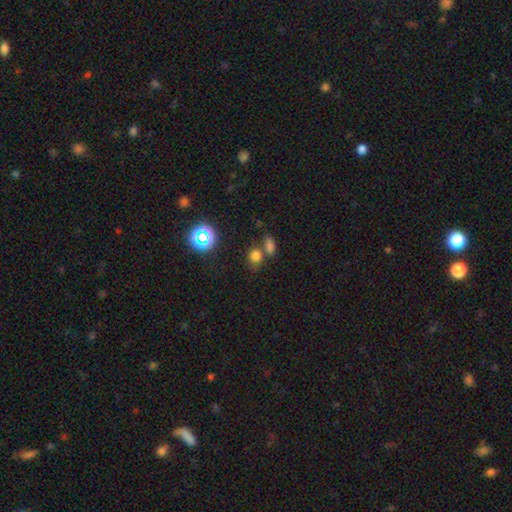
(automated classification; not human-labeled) smooth-or-featured: smooth: 73% | star or artifact: 20% | featured or disk: 7%
  how-rounded: round: 56% | in between: 43% | cigar-shaped: 2%
  merging: none: 49% | merger: 35% | minor disturbance: 11% | major disturbance: 5%